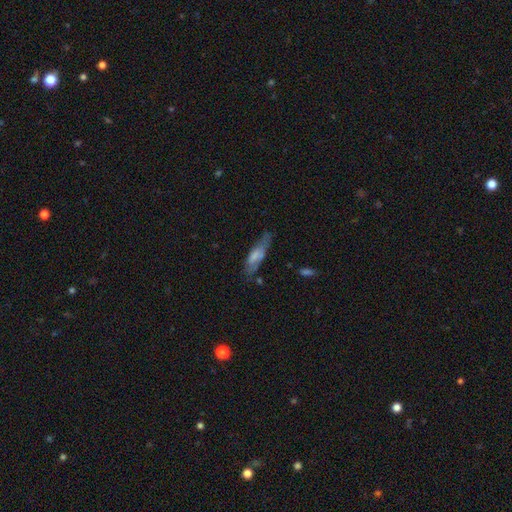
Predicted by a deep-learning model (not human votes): Smooth or featured? smooth (62%)
How rounded? cigar-shaped (52%)
Merging? none (50%)